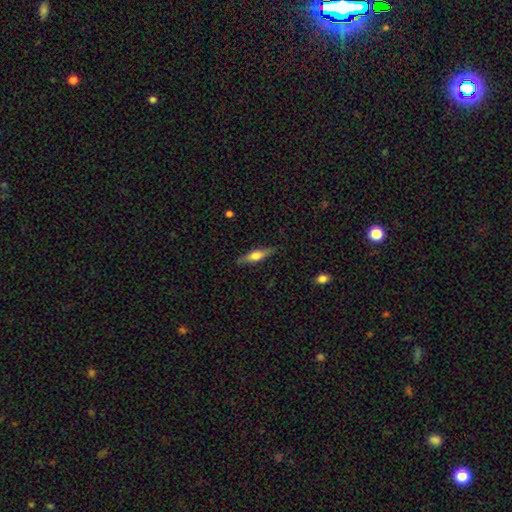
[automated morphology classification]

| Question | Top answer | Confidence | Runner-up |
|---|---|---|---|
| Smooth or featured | featured or disk | 51% | smooth (43%) |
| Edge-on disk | yes | 94% | no (6%) |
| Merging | none | 86% | minor disturbance (10%) |